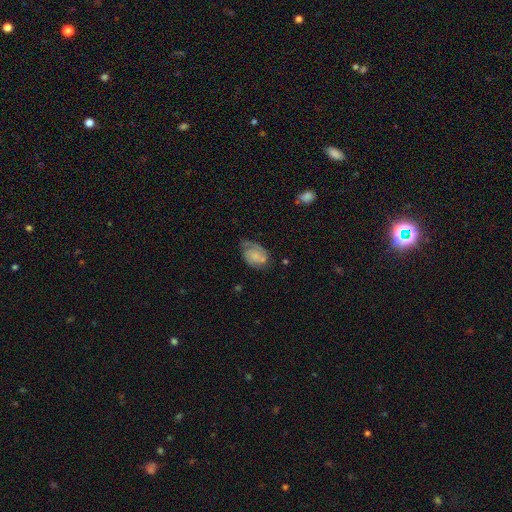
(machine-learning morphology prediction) This is possibly a featured or disk galaxy (48%). Merging: marginally none (41%).